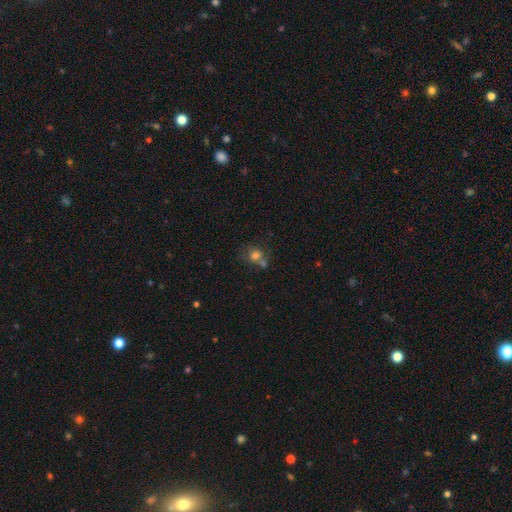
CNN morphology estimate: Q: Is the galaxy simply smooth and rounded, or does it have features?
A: smooth — 67%.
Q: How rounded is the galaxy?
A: round — 65%.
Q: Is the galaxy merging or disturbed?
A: none — 41%.